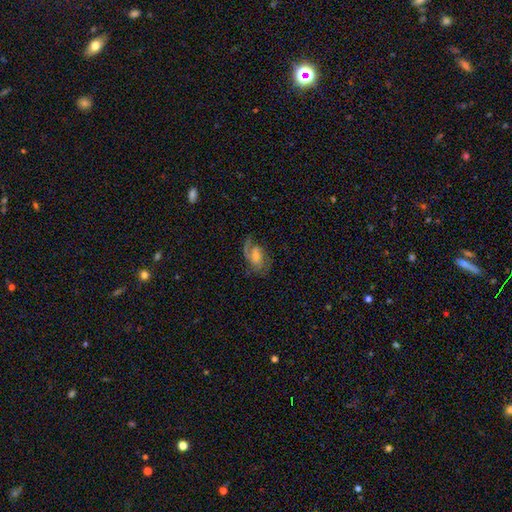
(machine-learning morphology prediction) Overall: featured or disk (76%). Edge-on disk: no (96%). Bar: weak (46%; no 39%). Spiral arms: yes (93%). Spiral arm count: 2 (60%; 1 24%). Spiral winding: medium (49%; tight 28%). Bulge size: small (45%; moderate 40%). Merging: none (66%).